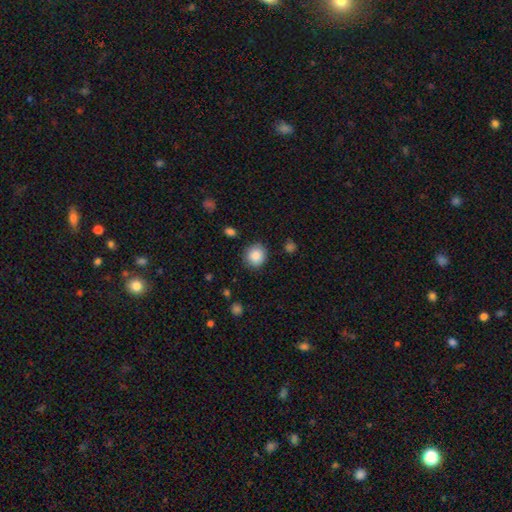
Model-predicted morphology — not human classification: A smooth galaxy with no disk features (87%) that is round (88%).

Vote fractions:
- Smooth or featured? smooth: 87% / star or artifact: 8% / featured or disk: 5%
- How rounded? round: 88% / in between: 11% / cigar-shaped: 1%
- Merging? none: 87% / minor disturbance: 8% / major disturbance: 3% / merger: 2%